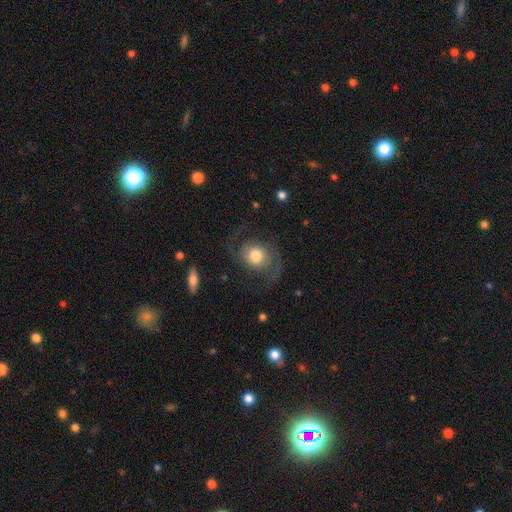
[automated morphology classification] A featured or disk galaxy (72%) with no bar (74%), 2 (91%) medium (45%) spiral arms (93%) and a moderate central bulge (53%).

Vote fractions:
- Smooth or featured? featured or disk: 72% / smooth: 21% / star or artifact: 7%
- Edge-on disk? no: 97% / yes: 3%
- Bar? no: 74% / weak: 22% / strong: 4%
- Spiral arms? yes: 93% / no: 7%
- Spiral winding? medium: 45% / loose: 43% / tight: 12%
- Spiral arm count? 2: 91% / can't tell: 3% / 1: 2% / 3: 2% / 4: 1% / more than 4: 1%
- Bulge size? moderate: 53% / large: 29% / small: 10% / dominant: 6% / none: 2%
- Merging? none: 69% / major disturbance: 15% / minor disturbance: 14% / merger: 2%